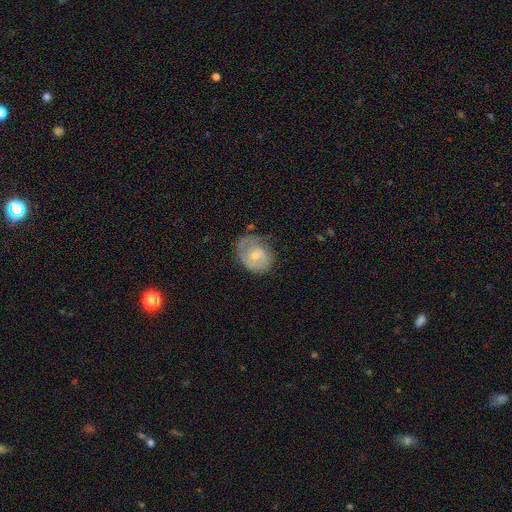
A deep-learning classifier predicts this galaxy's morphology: Overall: smooth (49%; featured or disk 44%). Merging: none (47%; minor disturbance 33%).